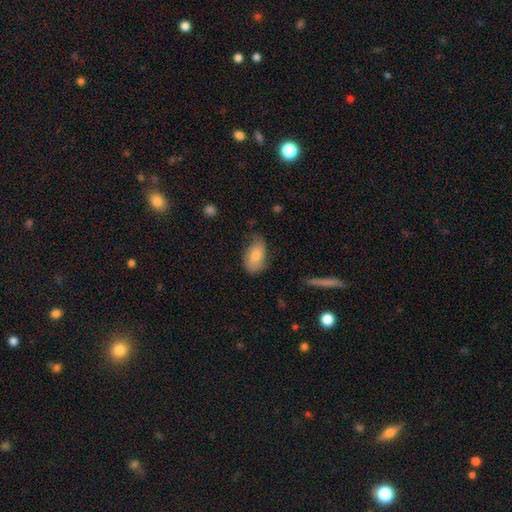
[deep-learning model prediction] smooth-or-featured: smooth: 72% | featured or disk: 22% | star or artifact: 7%
  how-rounded: in between: 91% | round: 7% | cigar-shaped: 2%
  merging: none: 57% | minor disturbance: 30% | major disturbance: 11% | merger: 2%